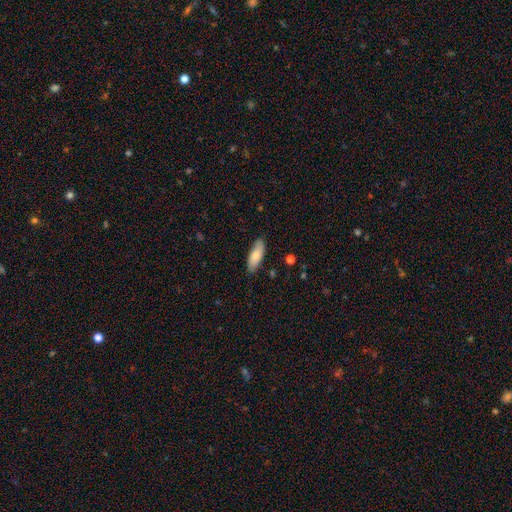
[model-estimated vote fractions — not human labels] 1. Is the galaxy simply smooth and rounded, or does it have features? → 80% smooth, 14% featured or disk, 6% star or artifact.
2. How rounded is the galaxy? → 68% in between, 31% cigar-shaped, 2% round.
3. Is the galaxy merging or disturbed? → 83% none, 13% minor disturbance, 2% major disturbance, 1% merger.